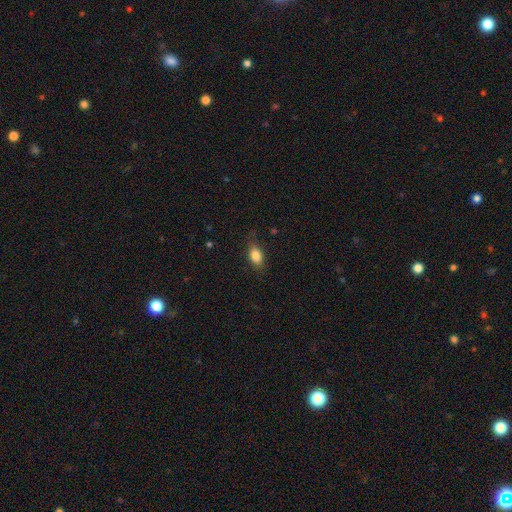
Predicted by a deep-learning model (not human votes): Overall: smooth (84%). How rounded: in between (85%). Merging: none (78%).